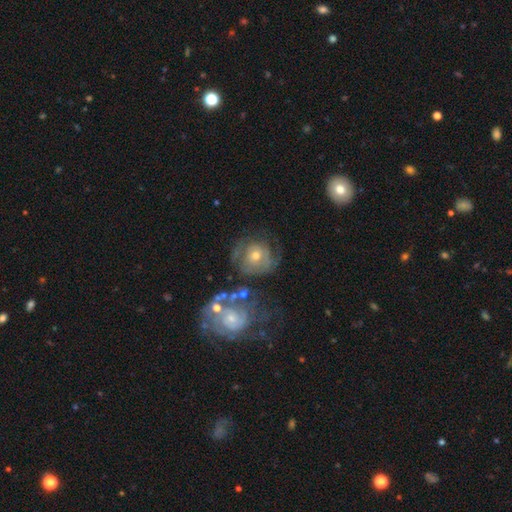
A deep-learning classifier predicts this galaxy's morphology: Smooth or featured: featured or disk — 66% (smooth — 25%)
Edge-on disk: no — 97% (yes — 3%)
Bar: no — 77% (weak — 18%)
Spiral arms: yes — 78% (no — 22%)
Bulge size: moderate — 53% (small — 39%)
Merging: none — 54% (minor disturbance — 18%)